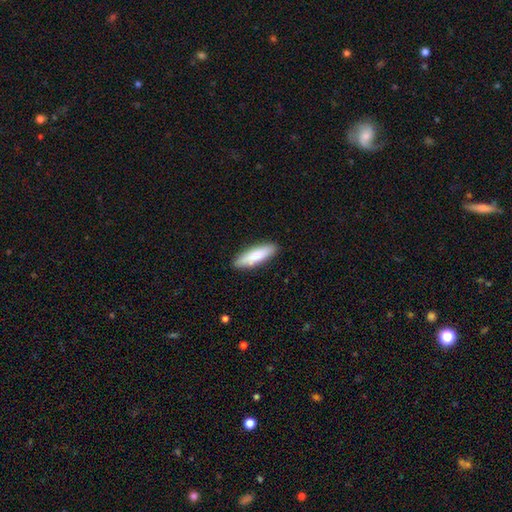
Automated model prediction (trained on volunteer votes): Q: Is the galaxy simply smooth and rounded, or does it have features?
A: smooth — 82%.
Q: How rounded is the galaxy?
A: cigar-shaped — 60%.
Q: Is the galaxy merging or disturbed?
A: none — 86%.